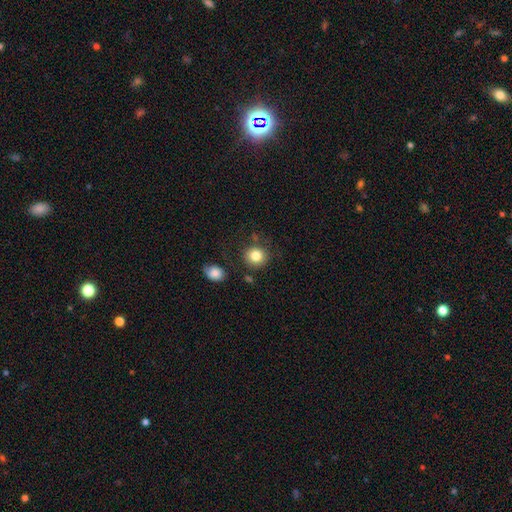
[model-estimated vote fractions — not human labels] The model was most divided on "merging": none: 80%, minor disturbance: 11%, merger: 6%, major disturbance: 4%. More confident: how rounded — round (86%); smooth or featured — smooth (83%).